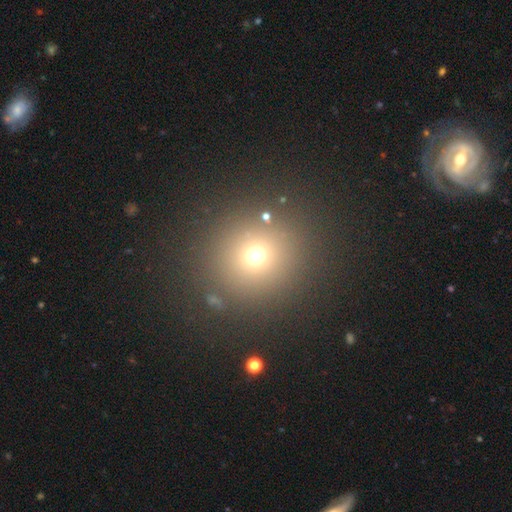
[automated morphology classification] Smooth or featured? smooth (67%)
How rounded? round (89%)
Merging? none (87%)